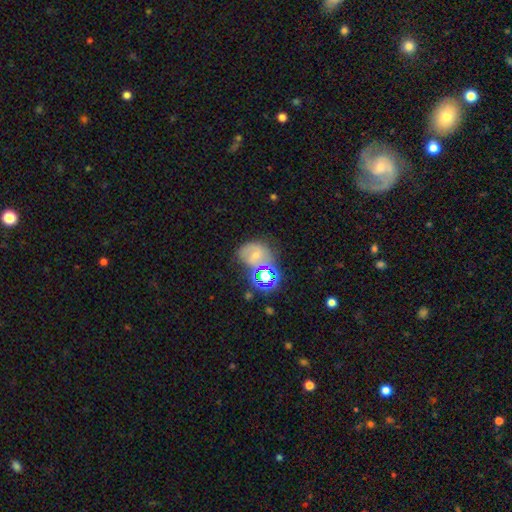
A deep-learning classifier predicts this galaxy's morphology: This appears to be a featured or disk galaxy (41%). Merging: none (51%).